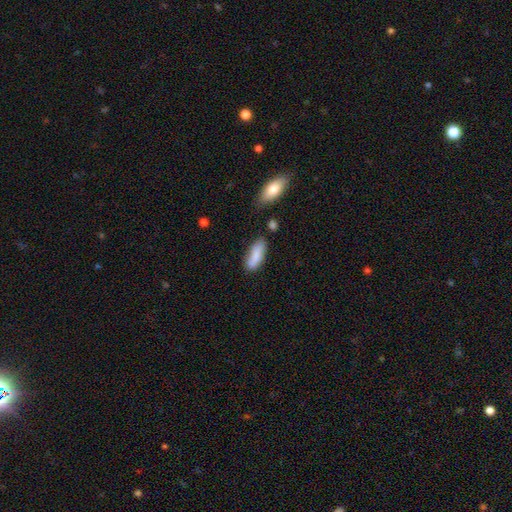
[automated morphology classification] smooth-or-featured: smooth: 83% | featured or disk: 11% | star or artifact: 7%
  how-rounded: in between: 67% | cigar-shaped: 31% | round: 2%
  merging: none: 65% | minor disturbance: 22% | merger: 8% | major disturbance: 5%